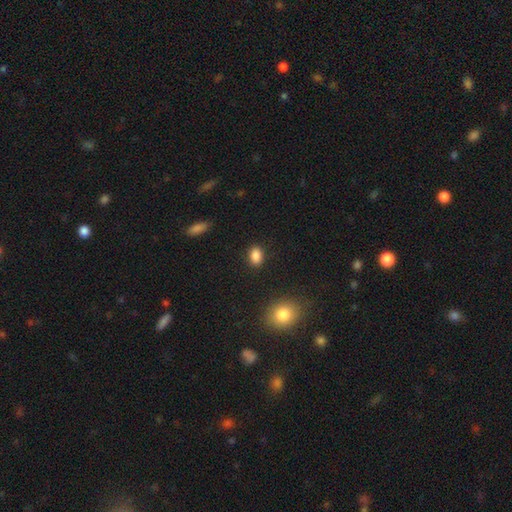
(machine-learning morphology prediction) Q: Smooth or featured?
A: smooth (87%); runner-up: star or artifact (9%)
Q: How rounded?
A: in between (81%); runner-up: round (17%)
Q: Merging?
A: none (87%); runner-up: minor disturbance (9%)